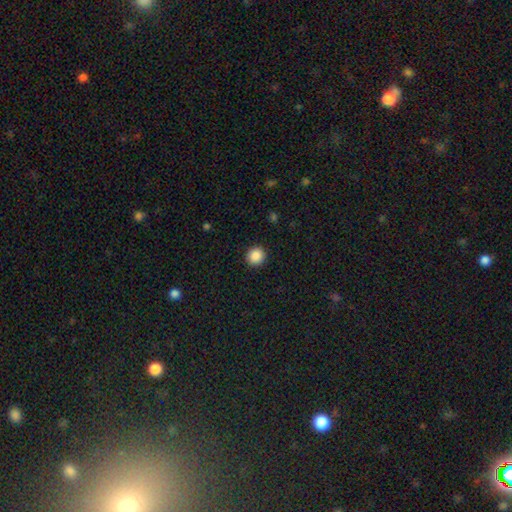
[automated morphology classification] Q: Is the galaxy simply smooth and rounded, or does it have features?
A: smooth — 88%.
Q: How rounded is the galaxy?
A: round — 94%.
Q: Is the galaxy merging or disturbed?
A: none — 92%.